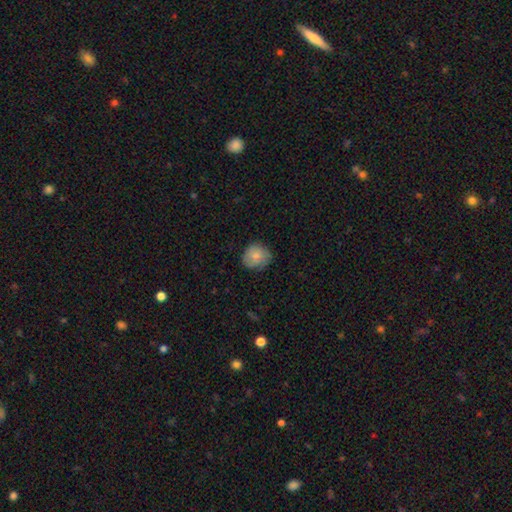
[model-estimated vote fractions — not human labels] The model was most divided on "merging": none: 72%, minor disturbance: 22%, major disturbance: 5%, merger: 1%. More confident: how rounded — round (80%); smooth or featured — smooth (77%).